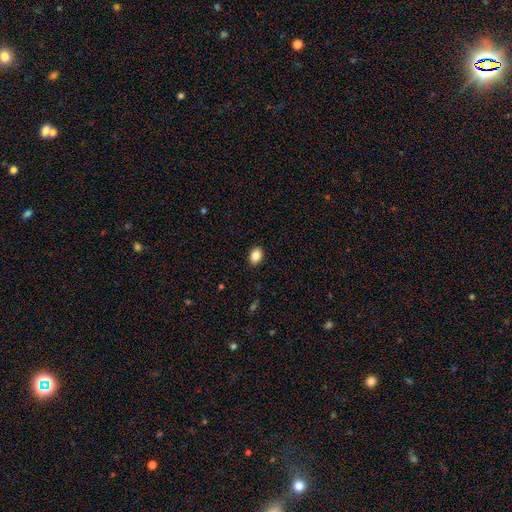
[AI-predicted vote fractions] The model was most divided on "how rounded": in between: 71%, round: 28%, cigar-shaped: 1%. More confident: merging — none (89%); smooth or featured — smooth (87%).